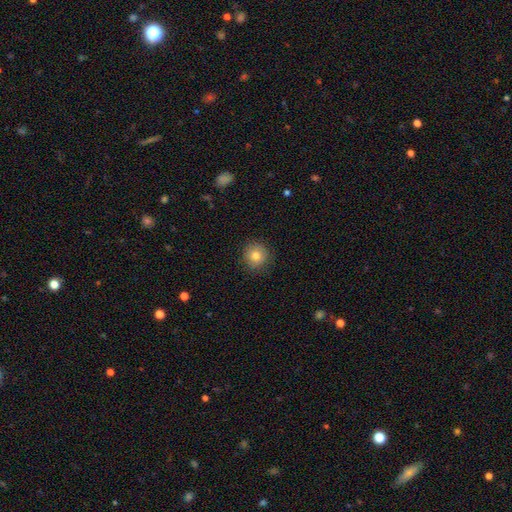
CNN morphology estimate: This is clearly a smooth galaxy (81%). How rounded: clearly round (93%). Merging: clearly none (88%).